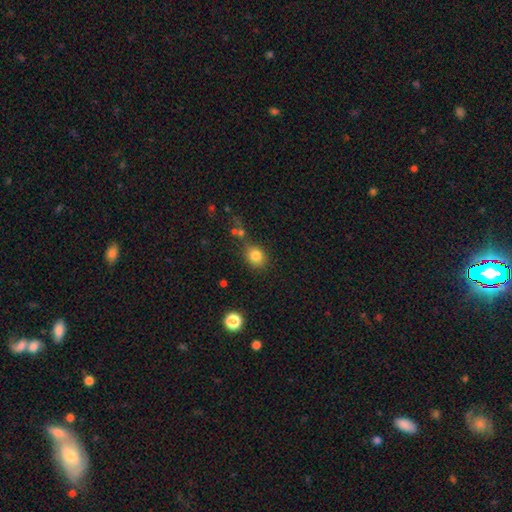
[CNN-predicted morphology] A smooth galaxy with no disk features (82%) that is round (67%). Merging: none (71%).